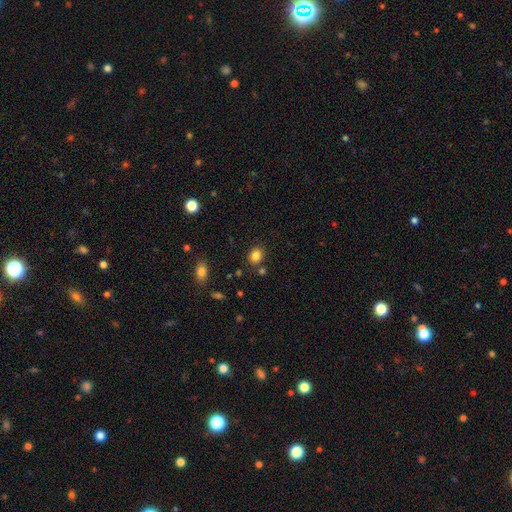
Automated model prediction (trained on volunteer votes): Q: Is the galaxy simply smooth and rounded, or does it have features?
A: smooth — 83%.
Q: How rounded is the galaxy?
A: round — 59%.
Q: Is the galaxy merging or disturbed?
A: none — 79%.